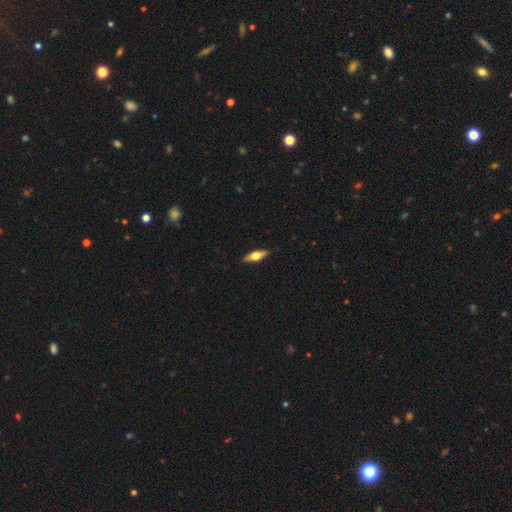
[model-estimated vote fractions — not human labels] featured or disk 55%, smooth 39%, star or artifact 6%. Down the decision tree: edge-on disk — yes (93%); edge-on bulge — rounded (94%); merging — none (89%).